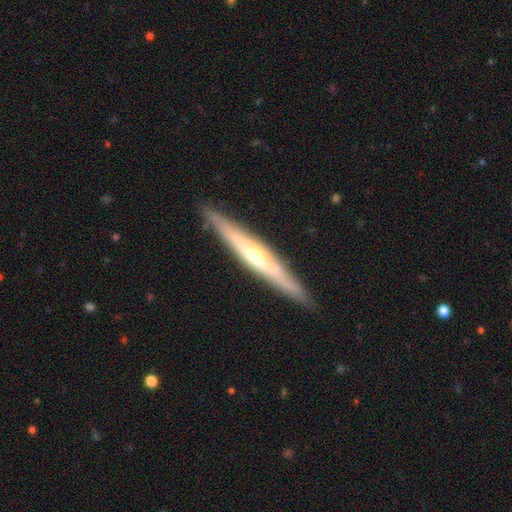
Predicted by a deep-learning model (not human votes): Smooth or featured? Predicted: featured or disk (p=0.69). Edge-on disk? Predicted: yes (p=0.96). Edge-on bulge? Predicted: rounded (p=0.69). Merging? Predicted: none (p=0.91).